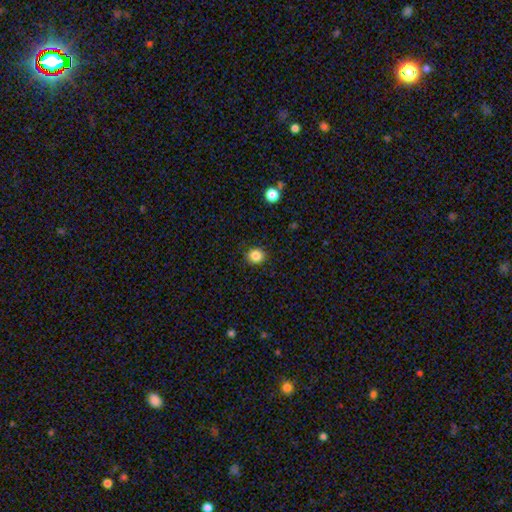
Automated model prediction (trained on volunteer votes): This is clearly a smooth galaxy (85%). How rounded: clearly round (87%). Merging: clearly none (90%).